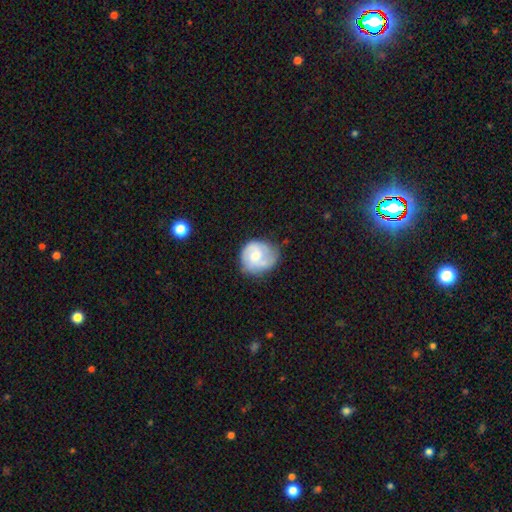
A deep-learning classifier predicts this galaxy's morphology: Q: Smooth or featured?
A: featured or disk (55%); runner-up: smooth (39%)
Q: Edge-on disk?
A: no (98%); runner-up: yes (2%)
Q: Bar?
A: no (65%); runner-up: weak (31%)
Q: Spiral arms?
A: yes (81%); runner-up: no (19%)
Q: Bulge size?
A: moderate (53%); runner-up: small (35%)
Q: Merging?
A: none (57%); runner-up: minor disturbance (29%)